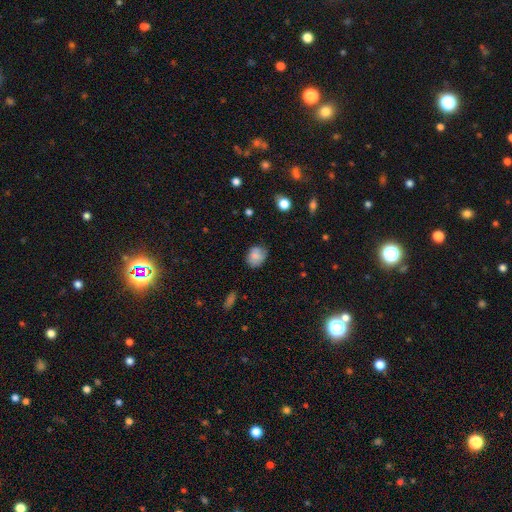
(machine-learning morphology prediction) Smooth or featured: smooth — 78% (featured or disk — 13%)
How rounded: round — 55% (in between — 44%)
Merging: none — 70% (minor disturbance — 23%)